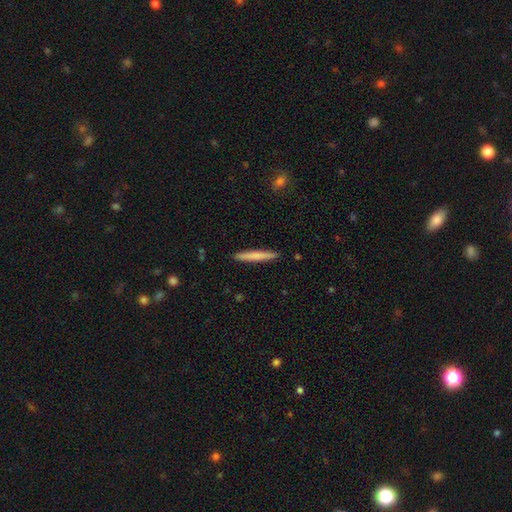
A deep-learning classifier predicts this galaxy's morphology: A smooth galaxy with no disk features (69%) that is cigar-shaped (96%).

Vote fractions:
- Smooth or featured? smooth: 69% / featured or disk: 25% / star or artifact: 5%
- How rounded? cigar-shaped: 96% / in between: 2% / round: 1%
- Merging? none: 92% / minor disturbance: 6% / major disturbance: 1% / merger: 1%